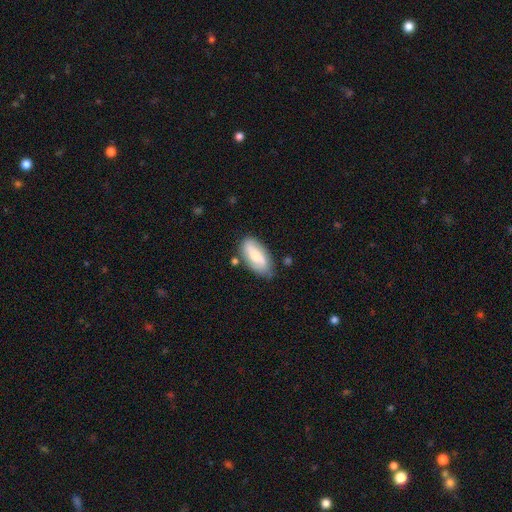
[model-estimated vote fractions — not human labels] Overall: smooth (53%; featured or disk 41%). How rounded: in between (88%). Merging: none (73%).